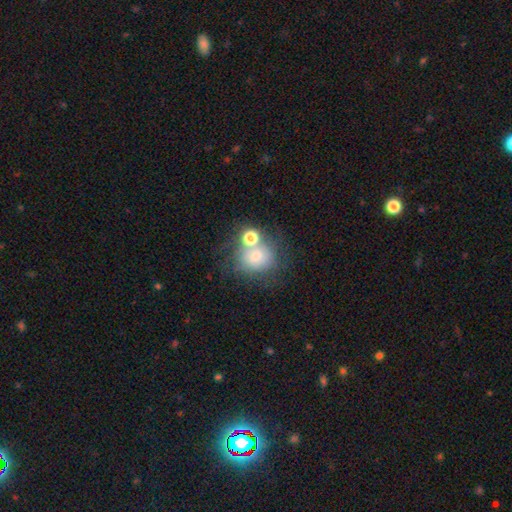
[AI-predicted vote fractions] smooth_or_featured: smooth (p=0.59) [alt: featured or disk p=0.24]
how_rounded: round (p=0.77) [alt: in between p=0.22]
merging: none (p=0.48) [alt: merger p=0.28]